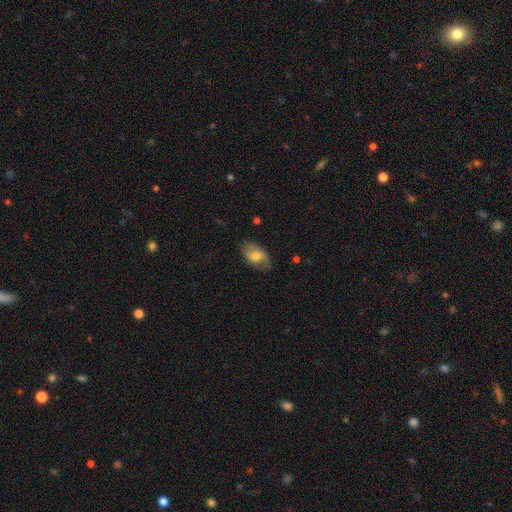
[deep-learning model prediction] Morphology: type=smooth (58%); roundness=in between (90%); merging=none (74%).